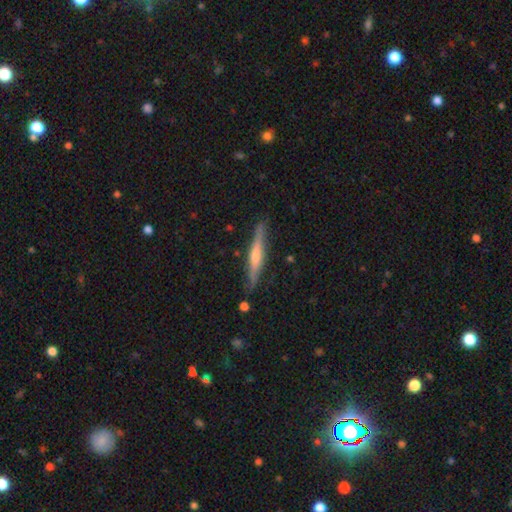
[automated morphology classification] Smooth or featured? featured or disk (69%)
Edge-on disk? yes (97%)
Edge-on bulge? rounded (73%)
Merging? none (87%)